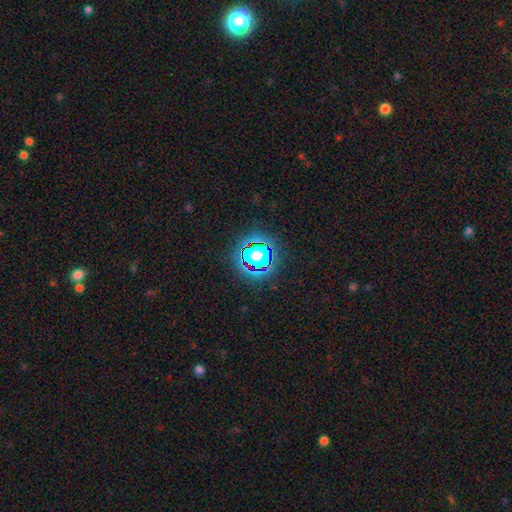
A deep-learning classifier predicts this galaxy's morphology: This is likely a star or artifact rather than a galaxy (78%).